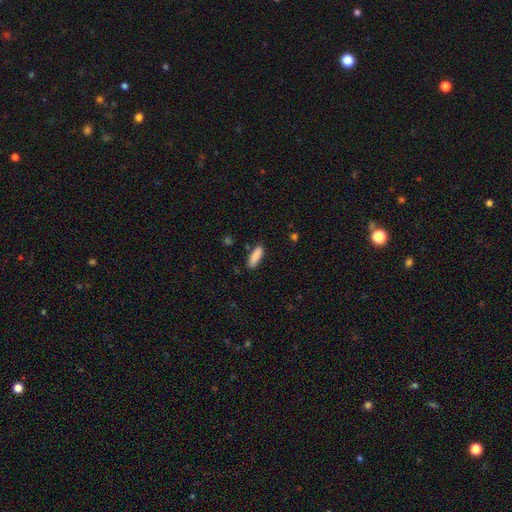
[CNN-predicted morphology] A smooth galaxy with no disk features (88%) that is cigar-shaped (50%).

Vote fractions:
- Smooth or featured? smooth: 88% / star or artifact: 6% / featured or disk: 6%
- How rounded? cigar-shaped: 50% / in between: 49% / round: 2%
- Merging? none: 85% / minor disturbance: 11% / merger: 2% / major disturbance: 2%